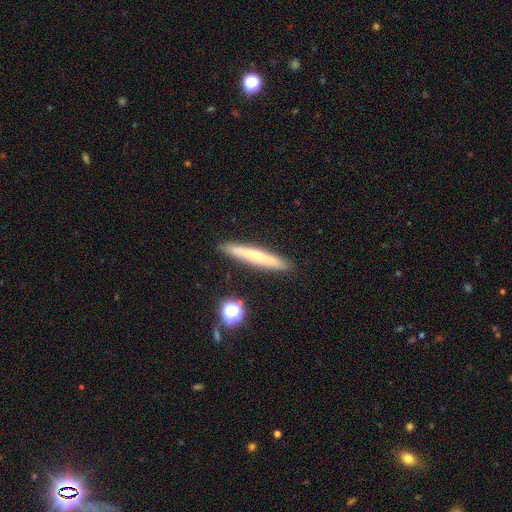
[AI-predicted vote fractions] A smooth galaxy with no disk features (48%).

Vote fractions:
- Smooth or featured? smooth: 48% / featured or disk: 44% / star or artifact: 8%
- Merging? none: 90% / minor disturbance: 7% / merger: 2% / major disturbance: 2%